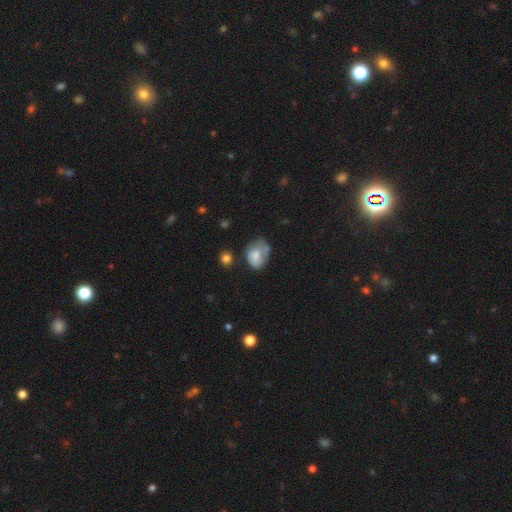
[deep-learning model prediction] Overall: smooth (60%; featured or disk 32%). How rounded: in between (62%; round 37%). Merging: none (40%; minor disturbance 34%).